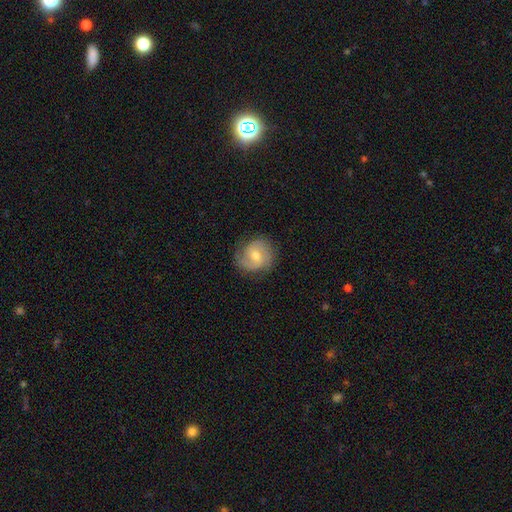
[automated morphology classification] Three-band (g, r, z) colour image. It shows a featured or disk galaxy (65%) with no bar (51%), 2 (69%) medium (45%) spiral arms (91%) and a moderate central bulge (64%). Merging: none (76%).